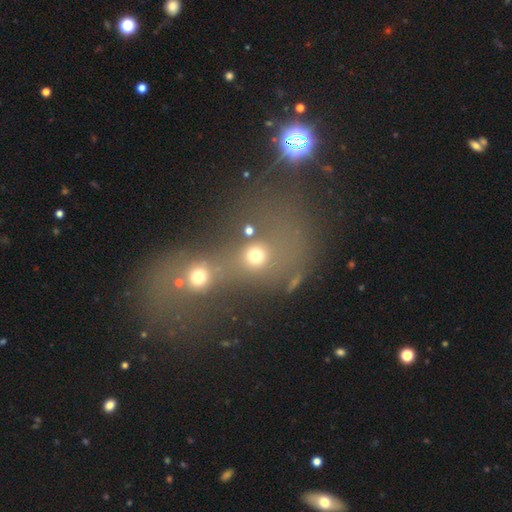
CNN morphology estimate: A smooth galaxy with no disk features (70%) that is round (73%).

Vote fractions:
- Smooth or featured? smooth: 70% / star or artifact: 17% / featured or disk: 13%
- How rounded? round: 73% / in between: 25% / cigar-shaped: 2%
- Merging? merger: 58% / none: 27% / major disturbance: 8% / minor disturbance: 7%